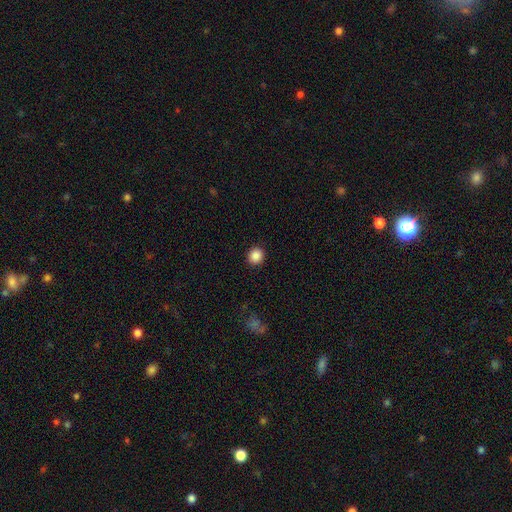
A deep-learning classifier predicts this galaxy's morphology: This appears to be a smooth galaxy with no disk features (87%) that is round (91%). Merging: none (92%).